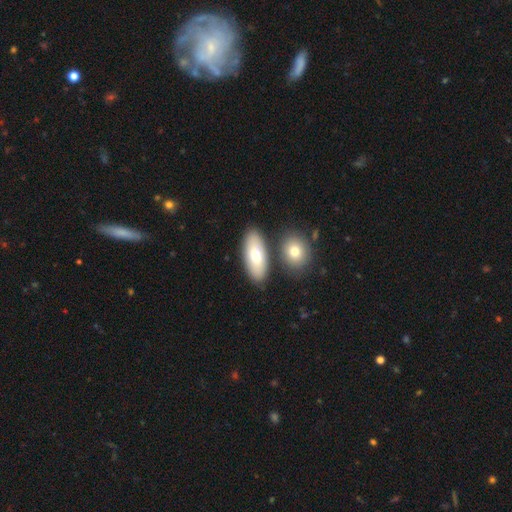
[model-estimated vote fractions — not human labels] The model was most divided on "smooth or featured": smooth: 73%, featured or disk: 21%, star or artifact: 6%. More confident: how rounded — in between (85%); merging — none (76%).